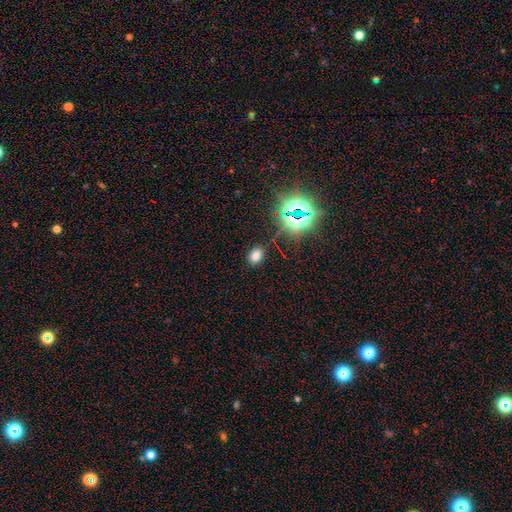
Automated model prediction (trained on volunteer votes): Q: Smooth or featured?
A: smooth (69%); runner-up: star or artifact (24%)
Q: How rounded?
A: in between (74%); runner-up: round (24%)
Q: Merging?
A: none (85%); runner-up: minor disturbance (10%)